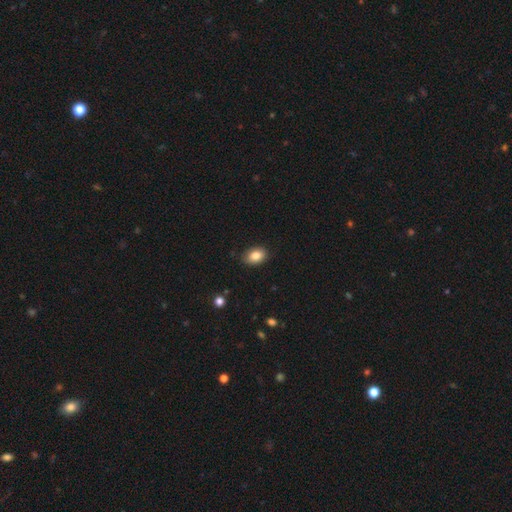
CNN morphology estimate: Smooth or featured? Predicted: smooth (p=0.86). How rounded? Predicted: in between (p=0.83). Merging? Predicted: none (p=0.85).